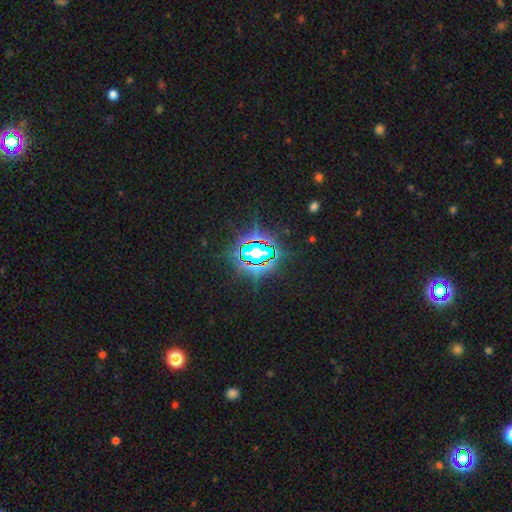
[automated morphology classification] Smooth or featured? Predicted: star or artifact (p=0.81).